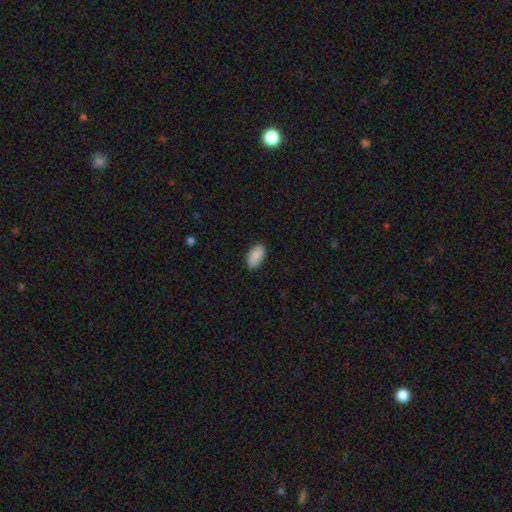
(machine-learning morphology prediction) A smooth galaxy with no disk features (89%) that is in between round and cigar-shaped (94%). Merging: none (88%).